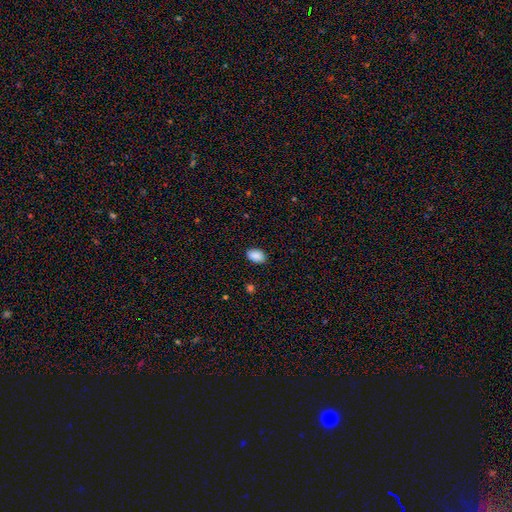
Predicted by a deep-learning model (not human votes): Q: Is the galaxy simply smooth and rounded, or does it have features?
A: smooth — 89%.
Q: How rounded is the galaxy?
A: in between — 88%.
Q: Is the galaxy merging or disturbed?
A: none — 88%.